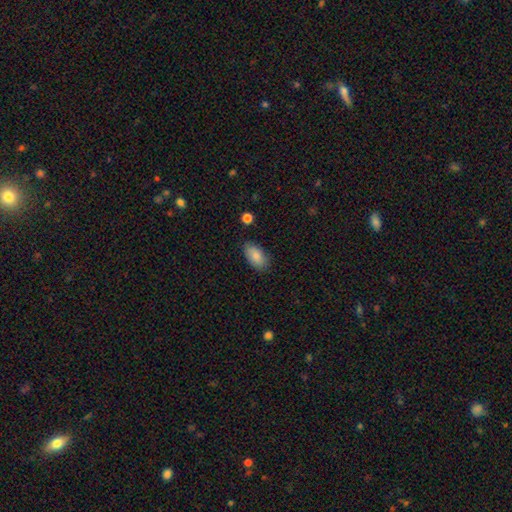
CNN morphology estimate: Smooth or featured? Predicted: smooth (p=0.86). How rounded? Predicted: in between (p=0.93). Merging? Predicted: none (p=0.81).